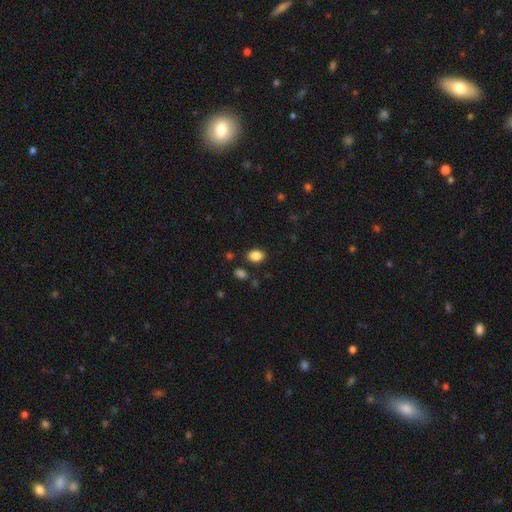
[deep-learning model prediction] Smooth or featured? Predicted: smooth (p=0.86). How rounded? Predicted: in between (p=0.70). Merging? Predicted: none (p=0.85).